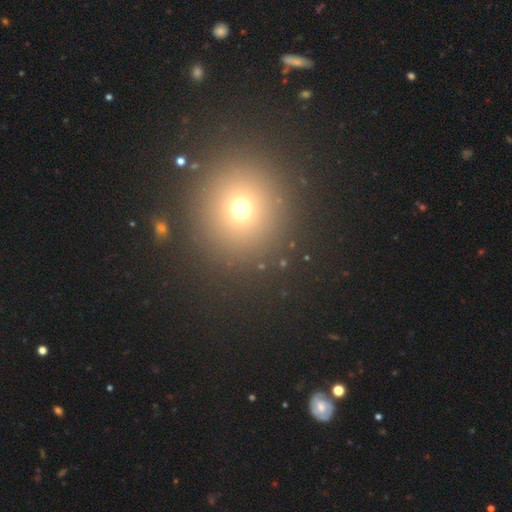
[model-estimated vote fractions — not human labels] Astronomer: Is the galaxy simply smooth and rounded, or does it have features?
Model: smooth — 62%.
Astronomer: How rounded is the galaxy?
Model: round — 92%.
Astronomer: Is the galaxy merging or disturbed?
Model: none — 91%.